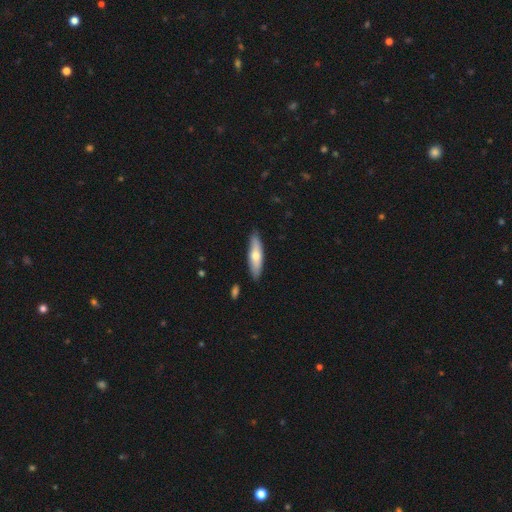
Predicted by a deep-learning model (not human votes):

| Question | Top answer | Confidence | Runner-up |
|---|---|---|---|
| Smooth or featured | smooth | 59% | featured or disk (35%) |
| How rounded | cigar-shaped | 64% | in between (34%) |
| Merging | none | 86% | minor disturbance (10%) |